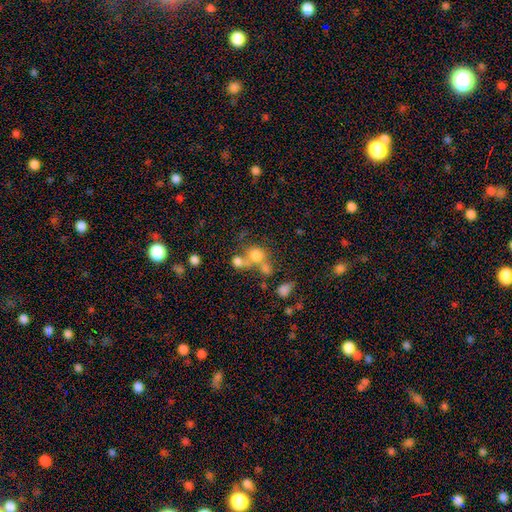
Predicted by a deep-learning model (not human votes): This is likely a smooth galaxy (69%). How rounded: likely round (77%). Merging: possibly merger (50%).